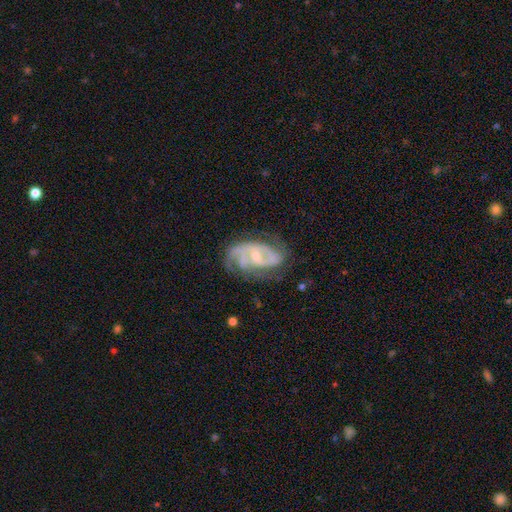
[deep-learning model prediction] This appears to be a featured or disk galaxy (85%) with no bar (47%), 2 (43%) medium (46%) spiral arms (95%) and a small central bulge (63%). Merging: none (60%).